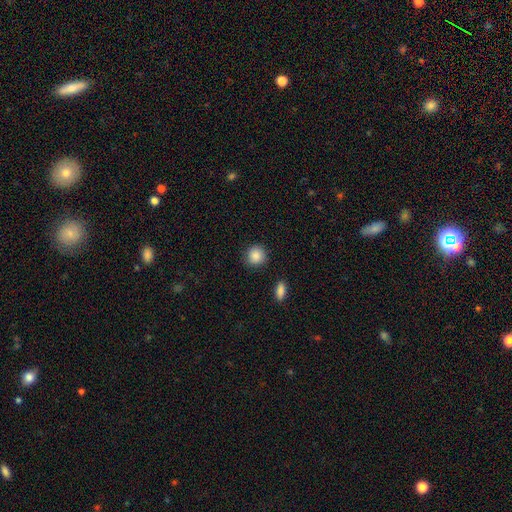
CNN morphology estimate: type=smooth (88%); roundness=round (90%); merging=none (88%).